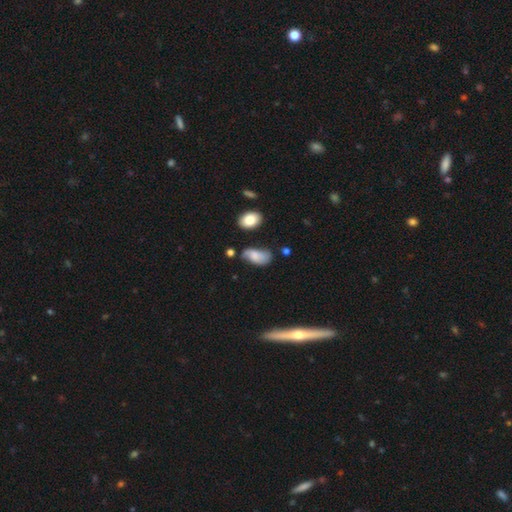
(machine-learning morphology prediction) Overall: smooth (65%; featured or disk 26%). How rounded: in between (91%). Merging: none (46%; minor disturbance 34%).